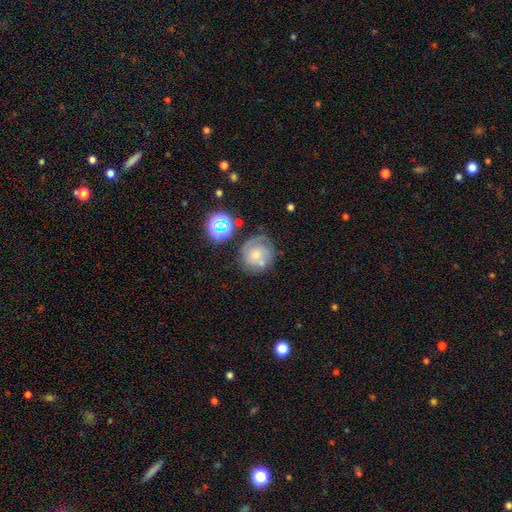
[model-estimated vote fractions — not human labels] Q: Smooth or featured?
A: featured or disk (58%); runner-up: smooth (25%)
Q: Edge-on disk?
A: no (97%); runner-up: yes (3%)
Q: Bar?
A: no (71%); runner-up: weak (24%)
Q: Spiral arms?
A: yes (83%); runner-up: no (17%)
Q: Bulge size?
A: small (53%); runner-up: moderate (40%)
Q: Merging?
A: none (67%); runner-up: minor disturbance (18%)